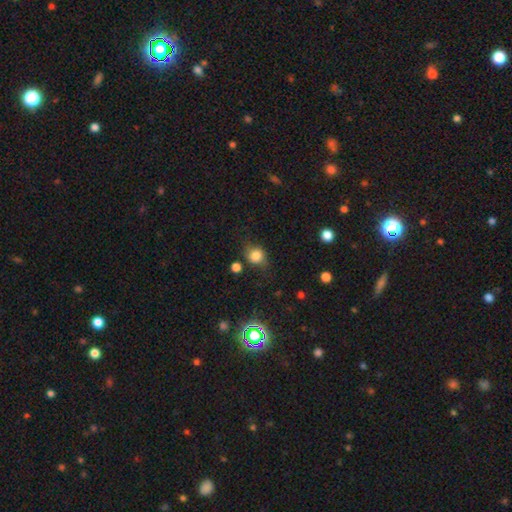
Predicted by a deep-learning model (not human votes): Smooth or featured? smooth (77%)
How rounded? round (69%)
Merging? none (67%)